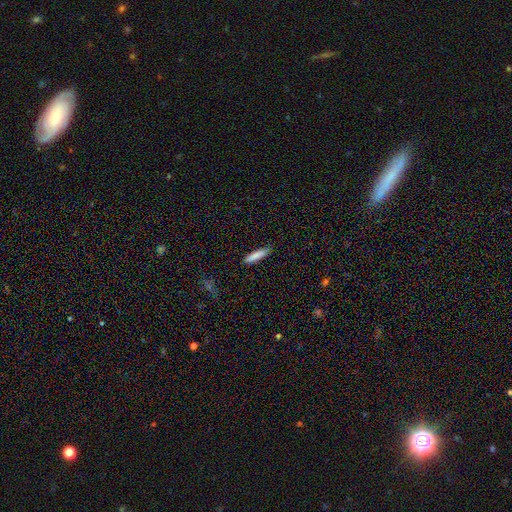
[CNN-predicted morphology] Smooth or featured? Predicted: smooth (p=0.84). How rounded? Predicted: cigar-shaped (p=0.83). Merging? Predicted: none (p=0.88).